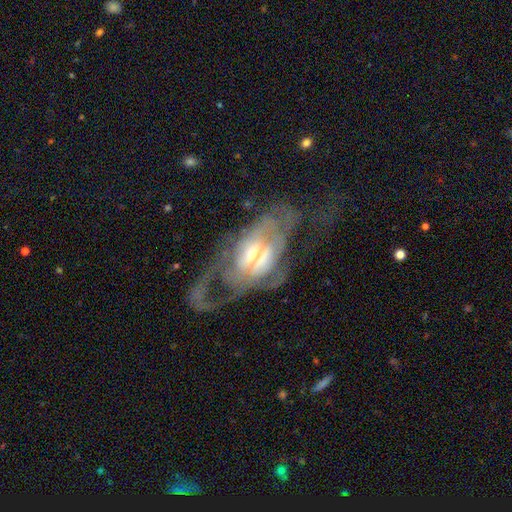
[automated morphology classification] Smooth or featured? Predicted: featured or disk (p=0.72). Edge-on disk? Predicted: no (p=0.86). Bar? Predicted: no (p=0.54). Spiral arms? Predicted: yes (p=0.54). Bulge size? Predicted: moderate (p=0.45). Merging? Predicted: major disturbance (p=0.54).